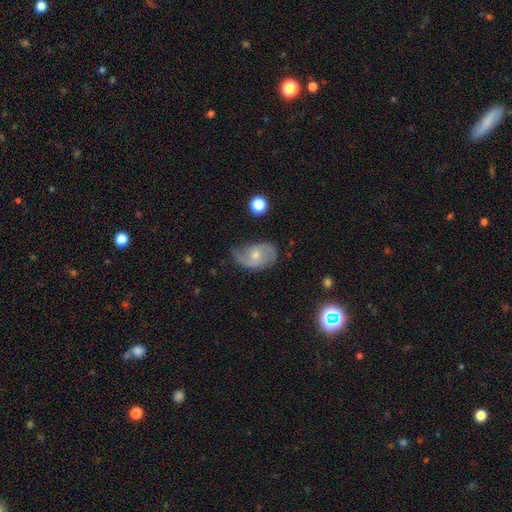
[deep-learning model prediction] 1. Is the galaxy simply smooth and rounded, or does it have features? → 64% featured or disk, 29% smooth, 7% star or artifact.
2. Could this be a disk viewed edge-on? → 96% no, 4% yes.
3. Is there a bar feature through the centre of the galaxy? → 60% no, 34% weak, 6% strong.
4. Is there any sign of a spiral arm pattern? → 86% yes, 14% no.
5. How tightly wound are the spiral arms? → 42% medium, 39% loose, 19% tight.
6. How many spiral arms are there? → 75% 2, 11% can't tell, 11% 1, 2% 3, 1% 4, 1% more than 4.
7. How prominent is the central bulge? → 48% small, 47% moderate, 2% none, 2% large, 1% dominant.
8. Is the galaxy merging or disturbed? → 54% none, 31% minor disturbance, 13% major disturbance, 2% merger.